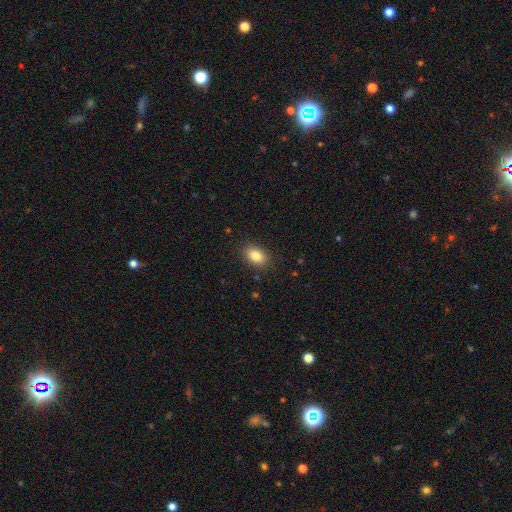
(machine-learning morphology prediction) A smooth galaxy with no disk features (85%) that is in between round and cigar-shaped (83%).

Vote fractions:
- Smooth or featured? smooth: 85% / star or artifact: 9% / featured or disk: 7%
- How rounded? in between: 83% / round: 16% / cigar-shaped: 1%
- Merging? none: 87% / minor disturbance: 9% / major disturbance: 3% / merger: 1%